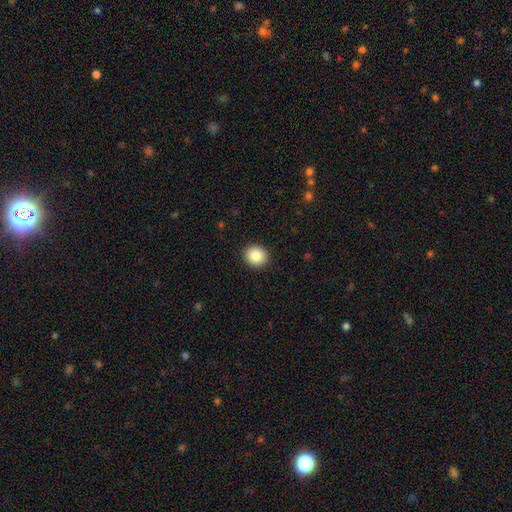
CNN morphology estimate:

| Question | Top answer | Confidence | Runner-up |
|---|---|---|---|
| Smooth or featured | smooth | 86% | star or artifact (9%) |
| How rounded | round | 86% | in between (13%) |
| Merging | none | 92% | minor disturbance (5%) |